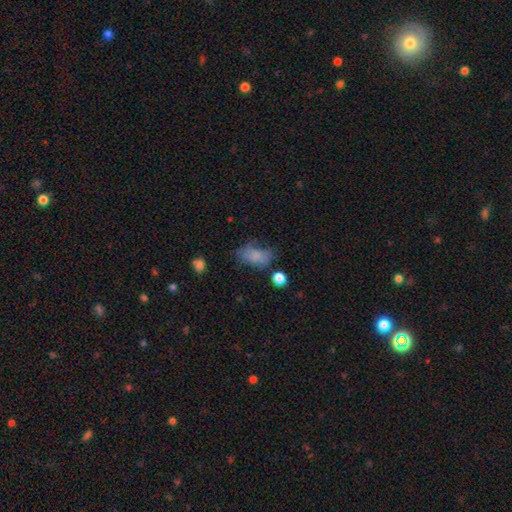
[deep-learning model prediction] A smooth galaxy with no disk features (70%) that is in between round and cigar-shaped (85%).

Vote fractions:
- Smooth or featured? smooth: 70% / featured or disk: 19% / star or artifact: 11%
- How rounded? in between: 85% / round: 13% / cigar-shaped: 2%
- Merging? none: 42% / minor disturbance: 30% / major disturbance: 23% / merger: 6%